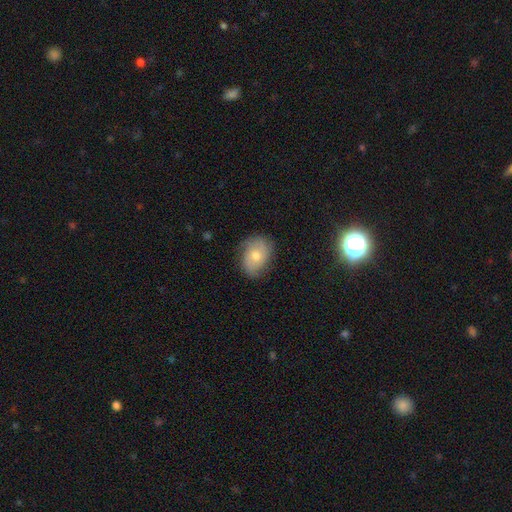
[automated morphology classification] Smooth or featured?
  - featured or disk: 47% *
  - smooth: 41%
  - star or artifact: 12%
Merging?
  - none: 75% *
  - minor disturbance: 19%
  - major disturbance: 5%
  - merger: 1%